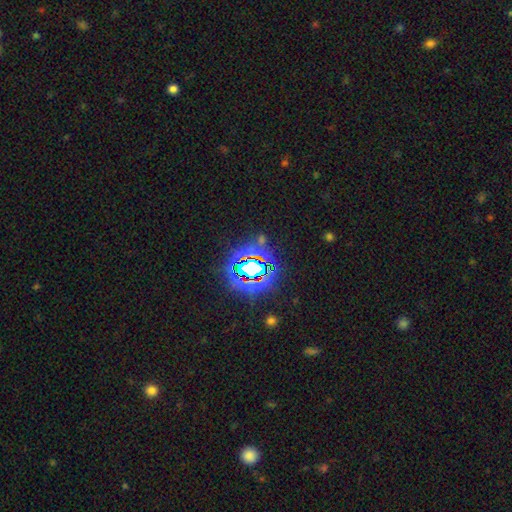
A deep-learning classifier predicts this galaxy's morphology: Smooth or featured: star or artifact — 80% (smooth — 13%)